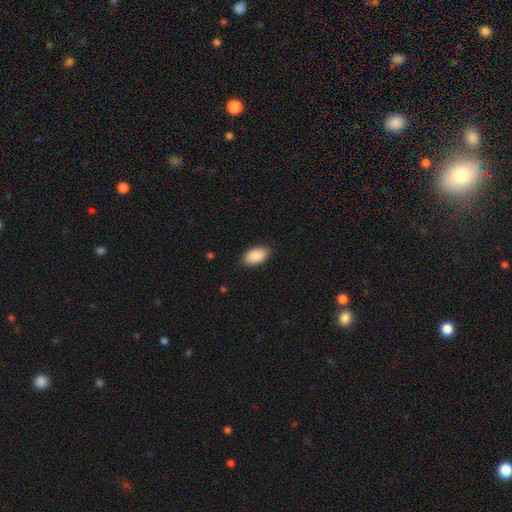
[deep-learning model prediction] Morphology: type=smooth (90%); roundness=in between (94%); merging=none (86%).